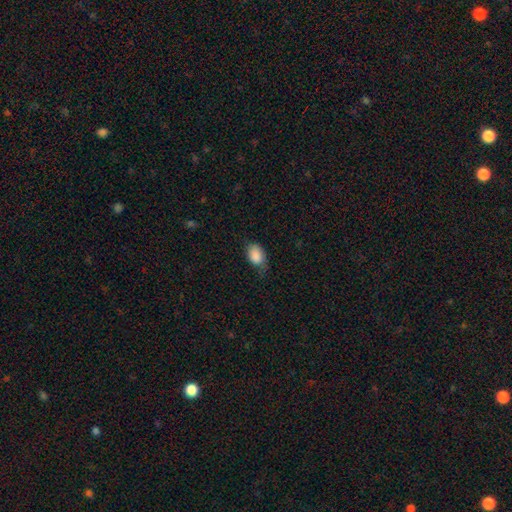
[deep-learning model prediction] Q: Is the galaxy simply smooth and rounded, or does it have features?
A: smooth — 88%.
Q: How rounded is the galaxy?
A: in between — 86%.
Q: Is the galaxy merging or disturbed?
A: none — 55%.